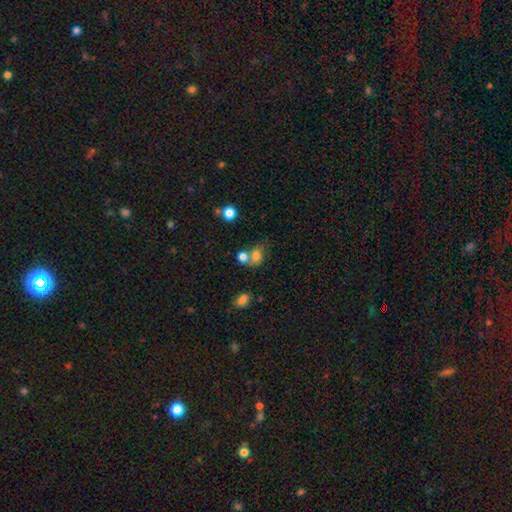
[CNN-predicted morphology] A smooth galaxy with no disk features (74%) that is in between round and cigar-shaped (51%).

Vote fractions:
- Smooth or featured? smooth: 74% / star or artifact: 13% / featured or disk: 13%
- How rounded? in between: 51% / round: 48% / cigar-shaped: 1%
- Merging? merger: 46% / none: 31% / minor disturbance: 13% / major disturbance: 9%